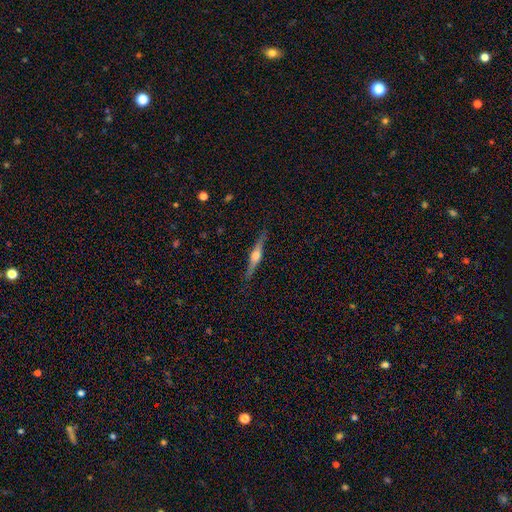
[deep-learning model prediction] Smooth or featured?
  - featured or disk: 76% *
  - smooth: 19%
  - star or artifact: 6%
Edge-on disk?
  - yes: 98% *
  - no: 2%
Edge-on bulge?
  - rounded: 92% *
  - boxy: 5%
  - none: 2%
Merging?
  - none: 88% *
  - minor disturbance: 9%
  - major disturbance: 2%
  - merger: 1%